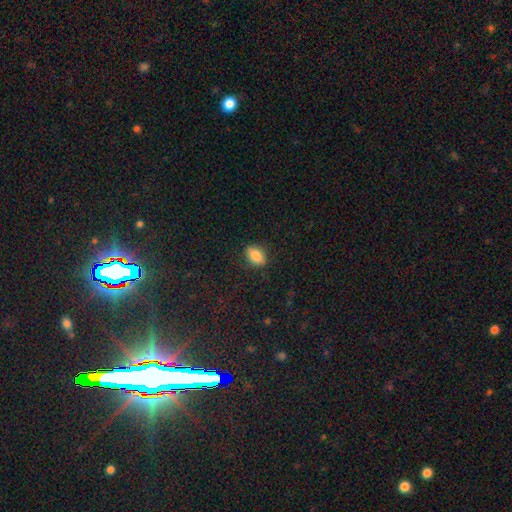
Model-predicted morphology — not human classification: type=smooth (83%); roundness=in between (85%); merging=none (86%).